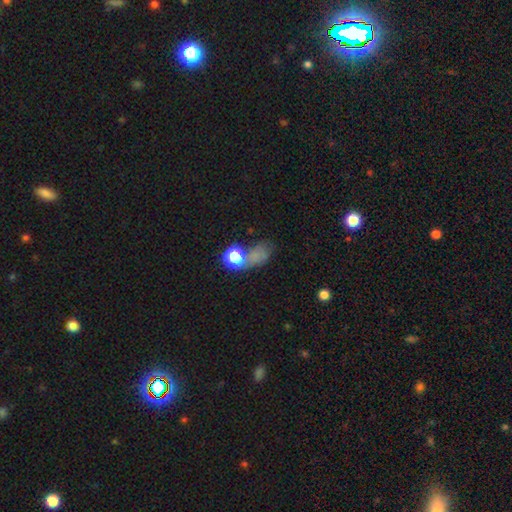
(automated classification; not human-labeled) This is possibly a smooth galaxy (58%). How rounded: likely in between (62%). Merging: marginally none (39%).